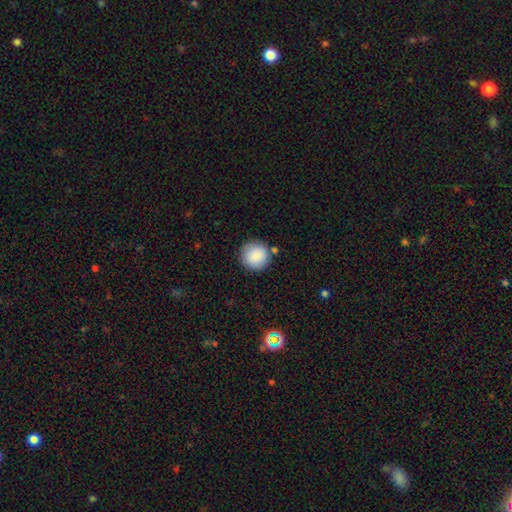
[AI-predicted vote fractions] Smooth or featured? smooth (88%)
How rounded? round (95%)
Merging? none (84%)